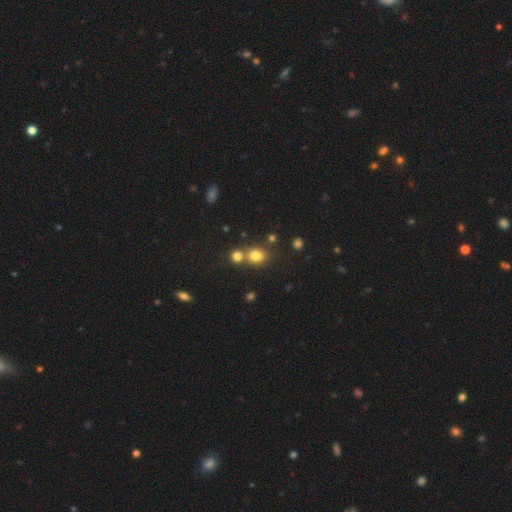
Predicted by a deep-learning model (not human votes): smooth_or_featured: smooth (p=0.78) [alt: star or artifact p=0.14]
how_rounded: round (p=0.73) [alt: in between p=0.26]
merging: none (p=0.55) [alt: merger p=0.34]